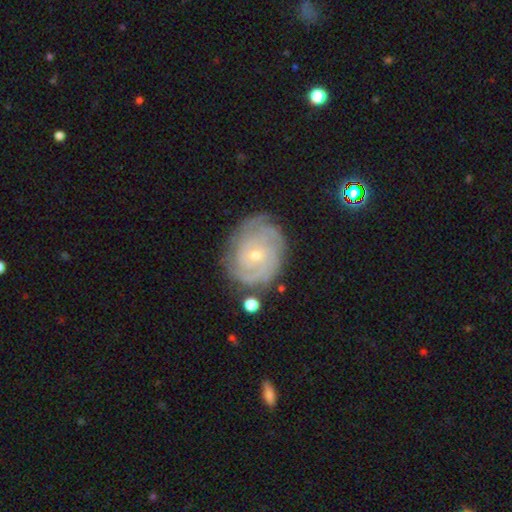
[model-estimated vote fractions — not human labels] smooth_or_featured: featured or disk (p=0.83) [alt: smooth p=0.11]
disk_edge_on: no (p=0.97) [alt: yes p=0.03]
bar: no (p=0.69) [alt: weak p=0.26]
has_spiral_arms: yes (p=0.95) [alt: no p=0.05]
spiral_winding: tight (p=0.74) [alt: medium p=0.21]
spiral_arm_count: can't tell (p=0.31) [alt: 3 p=0.22]
bulge_size: small (p=0.69) [alt: moderate p=0.28]
merging: none (p=0.74) [alt: minor disturbance p=0.17]